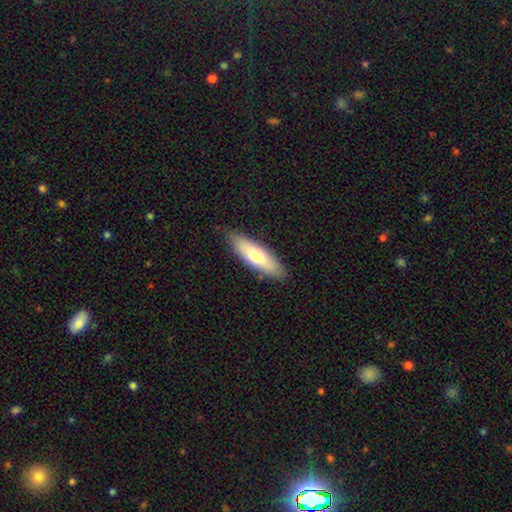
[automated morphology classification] Overall: smooth (69%). How rounded: cigar-shaped (54%; in between 44%). Merging: none (86%).